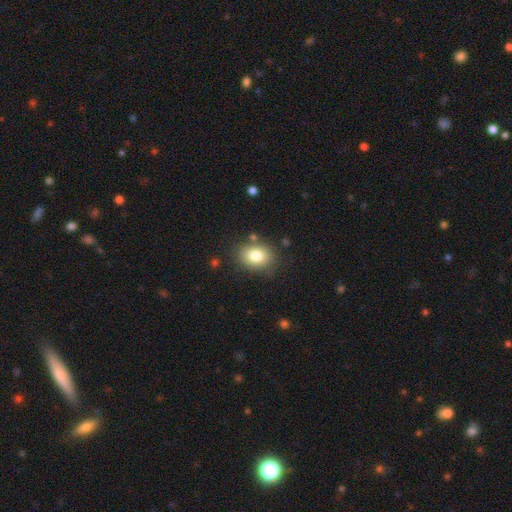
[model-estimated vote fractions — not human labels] smooth 81%, featured or disk 10%, star or artifact 10%. Down the decision tree: how rounded — in between (57%); merging — none (80%).